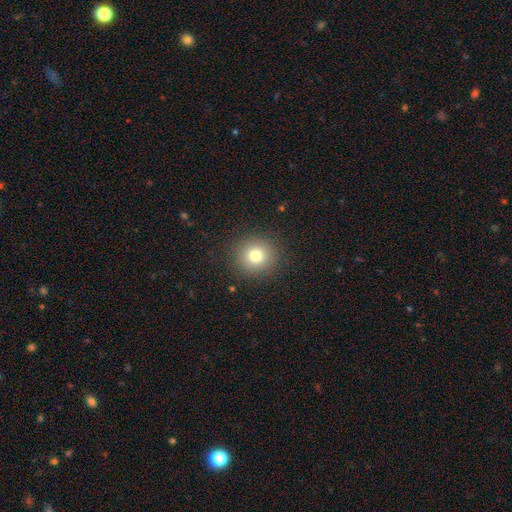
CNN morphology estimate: Overall: smooth (77%). How rounded: round (92%). Merging: none (90%).